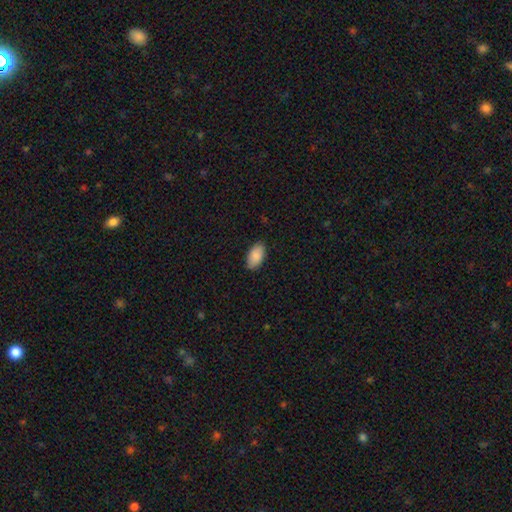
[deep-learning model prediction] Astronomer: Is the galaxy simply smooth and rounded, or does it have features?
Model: smooth — 89%.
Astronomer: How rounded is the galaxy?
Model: in between — 95%.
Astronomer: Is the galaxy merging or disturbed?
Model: none — 86%.